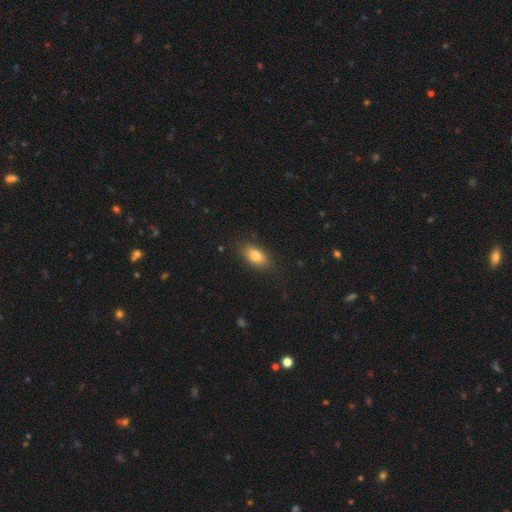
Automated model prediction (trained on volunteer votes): Q: Smooth or featured?
A: smooth (81%); runner-up: featured or disk (11%)
Q: How rounded?
A: in between (87%); runner-up: cigar-shaped (7%)
Q: Merging?
A: none (84%); runner-up: minor disturbance (12%)